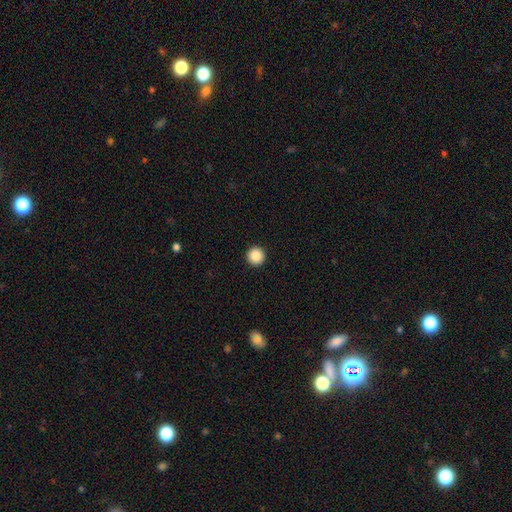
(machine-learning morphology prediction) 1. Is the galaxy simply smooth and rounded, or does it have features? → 88% smooth, 9% star or artifact, 3% featured or disk.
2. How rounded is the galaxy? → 97% round, 2% in between, 1% cigar-shaped.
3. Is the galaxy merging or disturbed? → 94% none, 3% minor disturbance, 1% major disturbance, 1% merger.